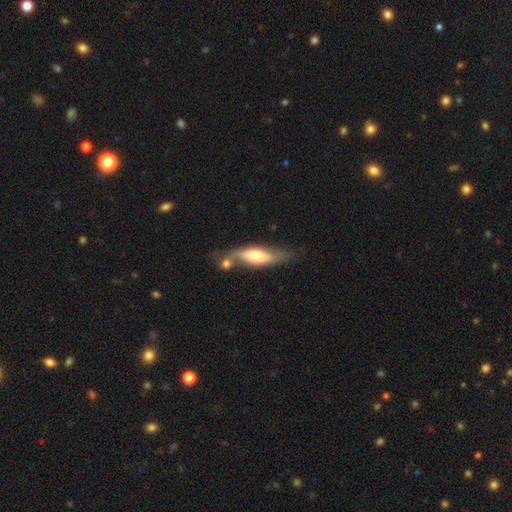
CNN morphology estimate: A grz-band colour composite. It shows a featured or disk galaxy (49%). Merging: none (37%).